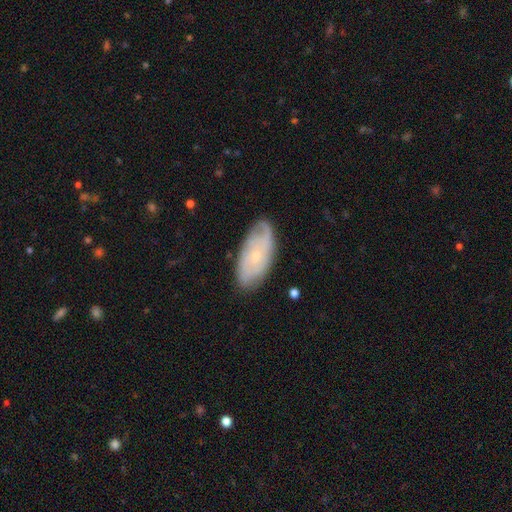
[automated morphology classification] This appears to be a featured or disk galaxy (59%) with no bar (80%), spiral arms (80%) and a small central bulge (75%). Merging: none (73%).